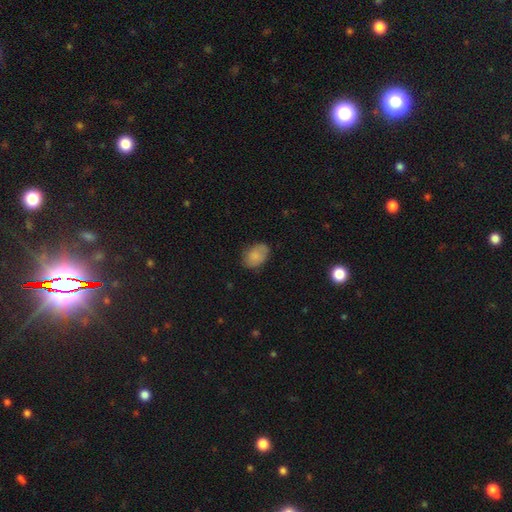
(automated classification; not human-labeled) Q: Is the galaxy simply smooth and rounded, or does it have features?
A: smooth — 81%.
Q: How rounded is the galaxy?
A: in between — 80%.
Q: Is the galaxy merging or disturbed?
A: none — 72%.